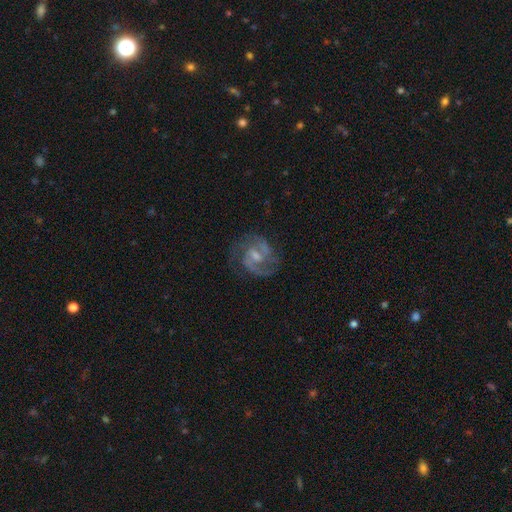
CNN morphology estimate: smooth_or_featured: featured or disk (p=0.88) [alt: star or artifact p=0.06]
disk_edge_on: no (p=0.98) [alt: yes p=0.02]
bar: weak (p=0.55) [alt: no p=0.31]
has_spiral_arms: yes (p=0.98) [alt: no p=0.02]
spiral_winding: medium (p=0.57) [alt: tight p=0.28]
spiral_arm_count: 2 (p=0.78) [alt: 3 p=0.10]
bulge_size: small (p=0.50) [alt: moderate p=0.38]
merging: none (p=0.75) [alt: minor disturbance p=0.15]